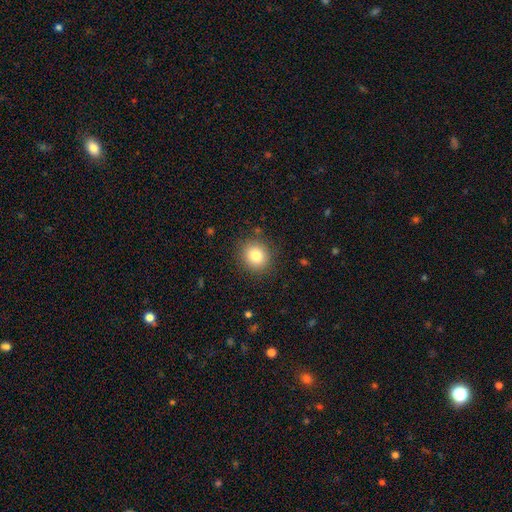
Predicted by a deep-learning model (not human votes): Smooth or featured? smooth (82%)
How rounded? round (85%)
Merging? none (88%)